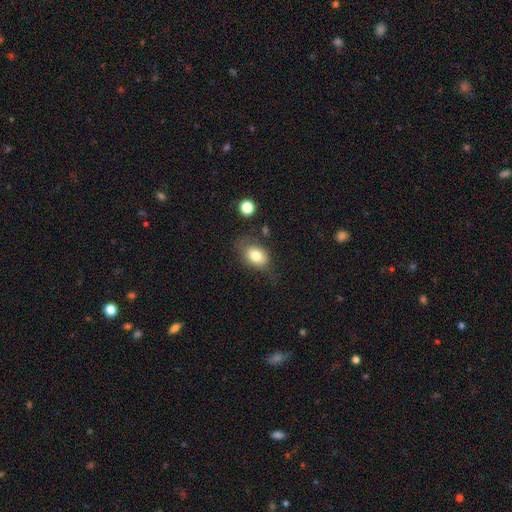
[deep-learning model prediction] The model was most divided on "merging": none: 61%, minor disturbance: 25%, major disturbance: 10%, merger: 4%. More confident: smooth or featured — smooth (79%); how rounded — in between (76%).